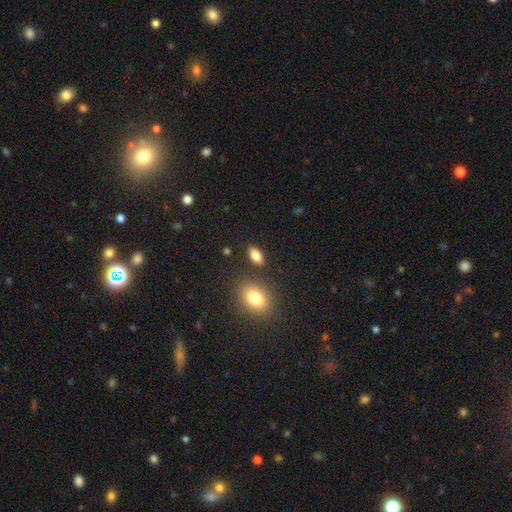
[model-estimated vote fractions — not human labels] smooth-or-featured: smooth: 84% | star or artifact: 8% | featured or disk: 8%
  how-rounded: in between: 88% | round: 6% | cigar-shaped: 6%
  merging: none: 84% | minor disturbance: 9% | merger: 5% | major disturbance: 3%